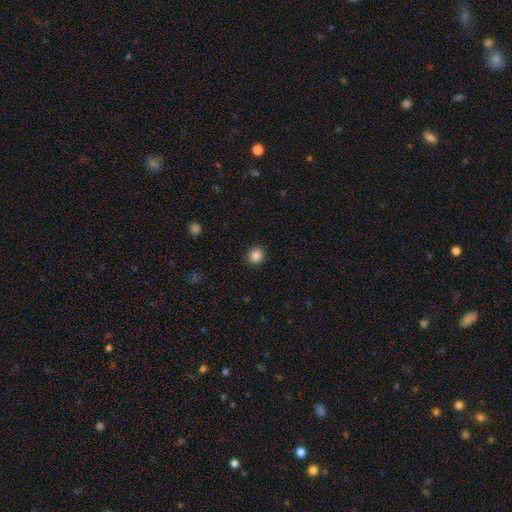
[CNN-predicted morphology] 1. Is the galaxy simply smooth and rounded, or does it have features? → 86% smooth, 10% star or artifact, 4% featured or disk.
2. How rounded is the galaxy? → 93% round, 6% in between, 1% cigar-shaped.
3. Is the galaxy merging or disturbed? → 92% none, 5% minor disturbance, 2% major disturbance, 1% merger.